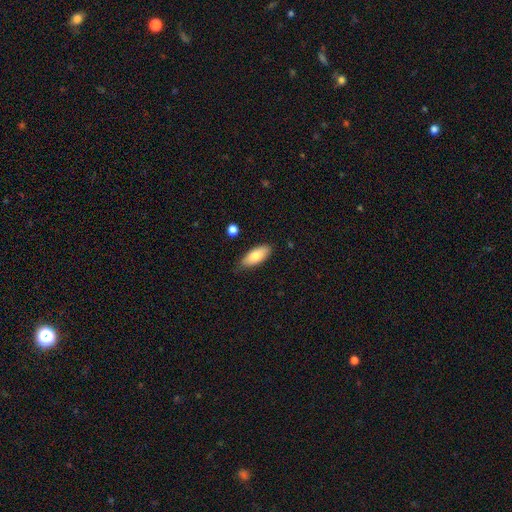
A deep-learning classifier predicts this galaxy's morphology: type=smooth (80%); roundness=in between (83%); merging=none (80%).